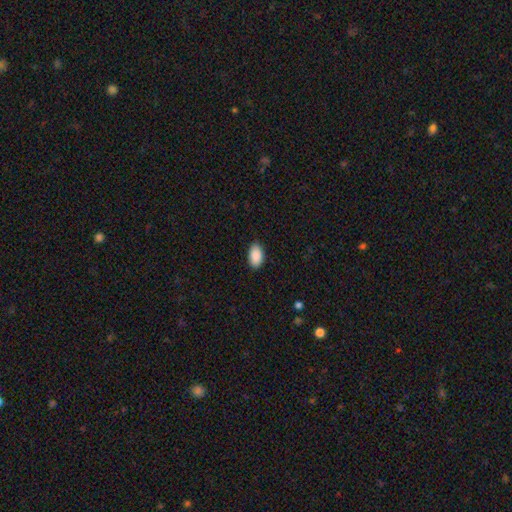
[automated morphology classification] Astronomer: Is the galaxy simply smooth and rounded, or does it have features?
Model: smooth — 91%.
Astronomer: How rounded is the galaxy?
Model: in between — 95%.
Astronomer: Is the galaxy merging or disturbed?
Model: none — 87%.